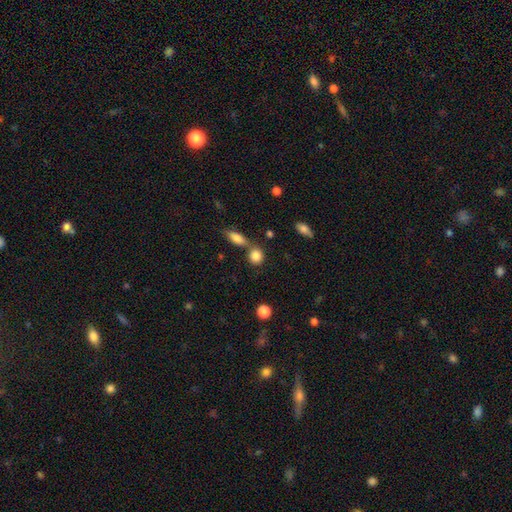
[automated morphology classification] Smooth or featured? smooth (85%)
How rounded? round (73%)
Merging? none (60%)